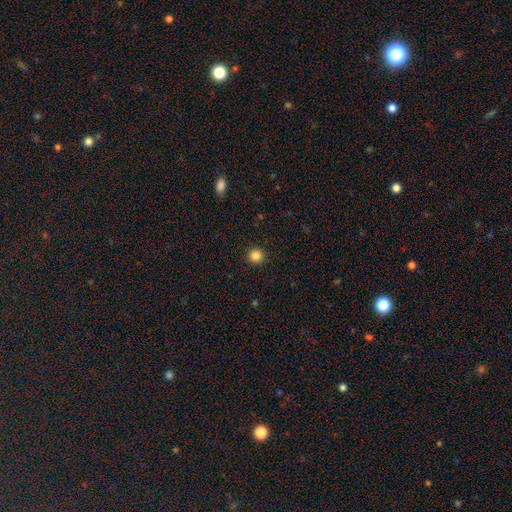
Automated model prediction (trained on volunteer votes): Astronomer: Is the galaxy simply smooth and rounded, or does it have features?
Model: smooth — 85%.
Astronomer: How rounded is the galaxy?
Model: round — 95%.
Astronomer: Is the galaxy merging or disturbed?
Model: none — 93%.